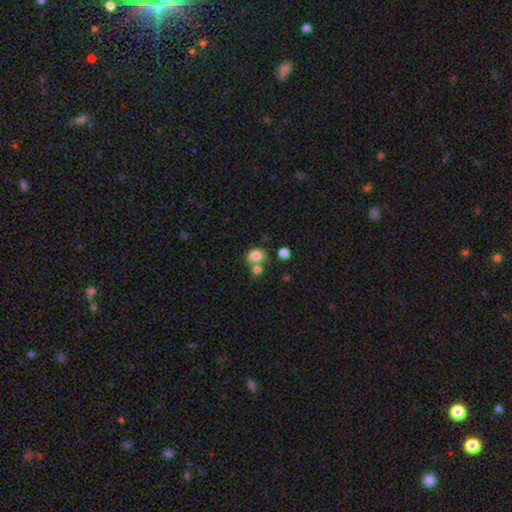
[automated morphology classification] smooth_or_featured: smooth (p=0.82) [alt: star or artifact p=0.10]
how_rounded: round (p=0.62) [alt: in between p=0.37]
merging: none (p=0.51) [alt: merger p=0.34]